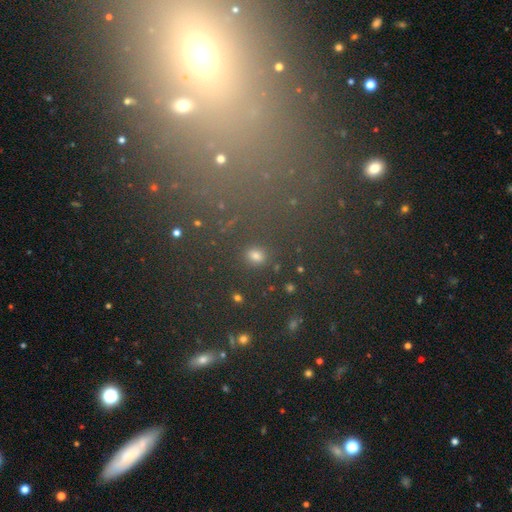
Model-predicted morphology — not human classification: A smooth galaxy with no disk features (72%) that is round (59%). Merging: none (85%).